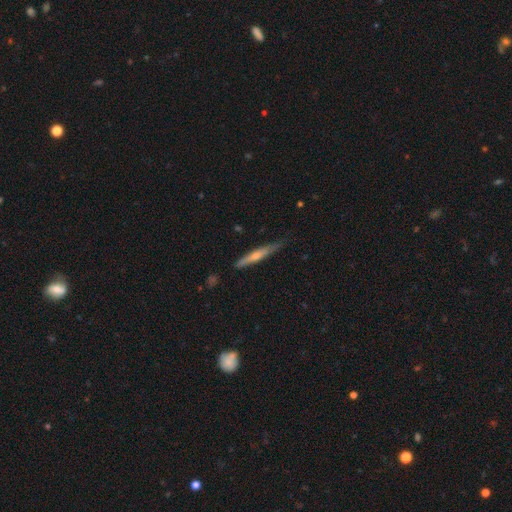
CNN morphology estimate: A featured or disk galaxy (58%) viewed edge-on (94%) with a rounded central bulge (75%). Merging: none (80%).